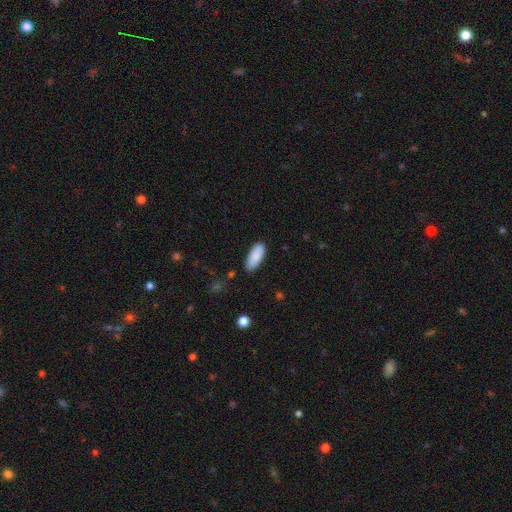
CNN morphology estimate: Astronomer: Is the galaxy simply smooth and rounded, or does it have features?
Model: smooth — 88%.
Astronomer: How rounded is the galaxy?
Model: in between — 83%.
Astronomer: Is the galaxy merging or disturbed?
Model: none — 84%.